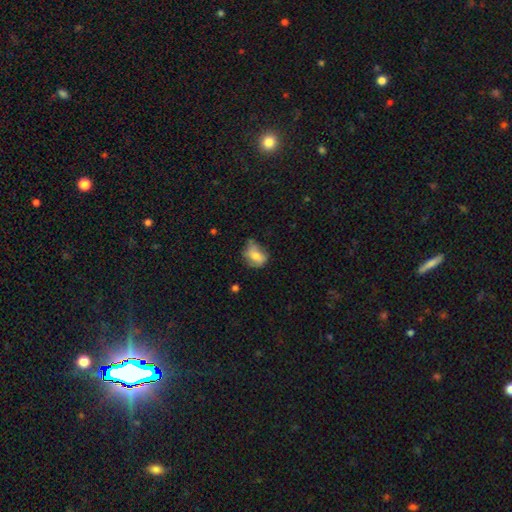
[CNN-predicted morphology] The model was most divided on "merging": none: 44%, minor disturbance: 35%, major disturbance: 17%, merger: 3%. More confident: smooth or featured — smooth (64%); how rounded — in between (59%).